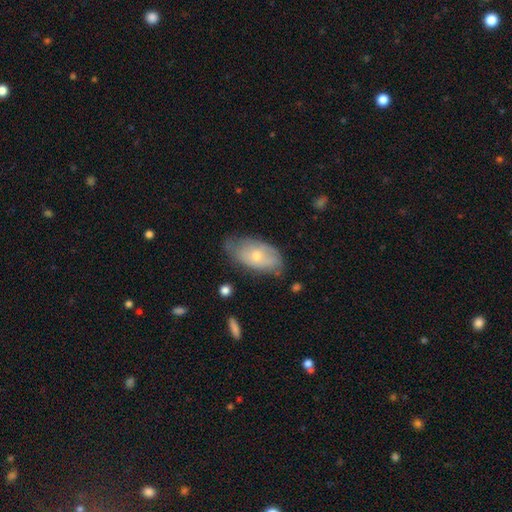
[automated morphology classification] The model was most divided on "smooth or featured": smooth: 57%, featured or disk: 37%, star or artifact: 7%. More confident: how rounded — in between (92%); merging — none (57%).